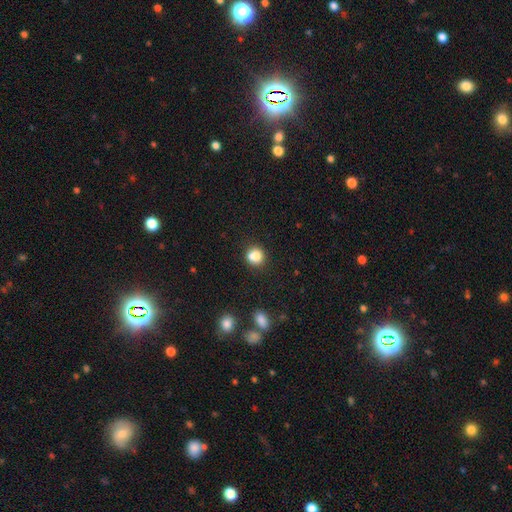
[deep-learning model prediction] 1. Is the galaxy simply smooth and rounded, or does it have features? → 84% smooth, 11% star or artifact, 6% featured or disk.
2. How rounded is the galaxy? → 80% round, 19% in between, 1% cigar-shaped.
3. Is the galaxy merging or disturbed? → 72% none, 14% minor disturbance, 11% merger, 4% major disturbance.